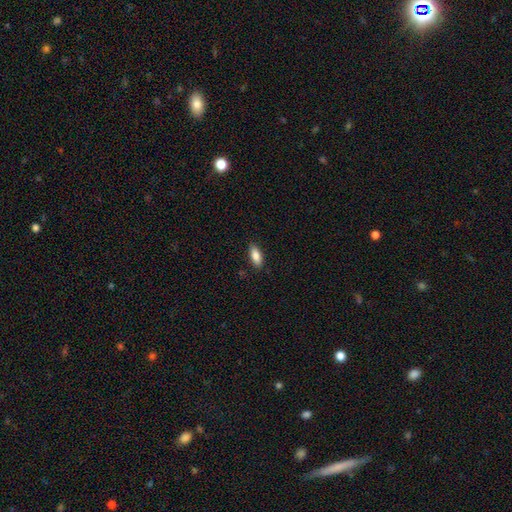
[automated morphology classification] Overall: smooth (86%). How rounded: in between (80%). Merging: none (87%).